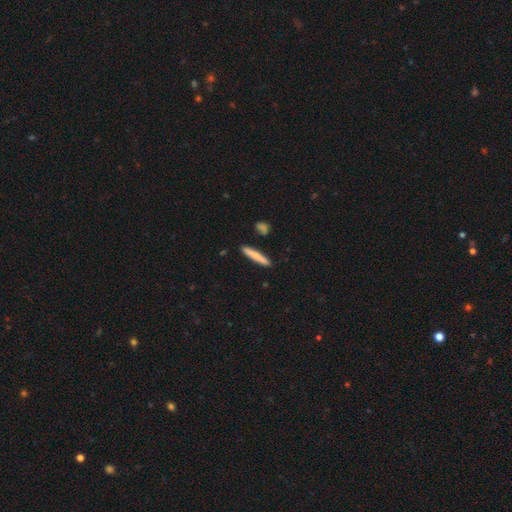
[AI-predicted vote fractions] Q: Smooth or featured?
A: smooth (73%); runner-up: featured or disk (21%)
Q: How rounded?
A: cigar-shaped (94%); runner-up: in between (4%)
Q: Merging?
A: none (89%); runner-up: minor disturbance (7%)